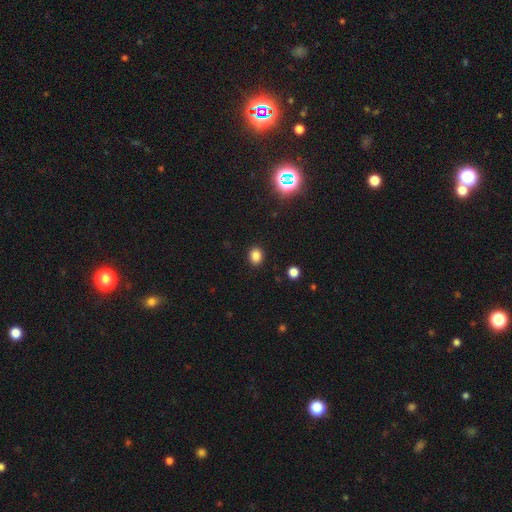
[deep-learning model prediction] Smooth or featured? smooth (84%)
How rounded? round (56%)
Merging? none (90%)